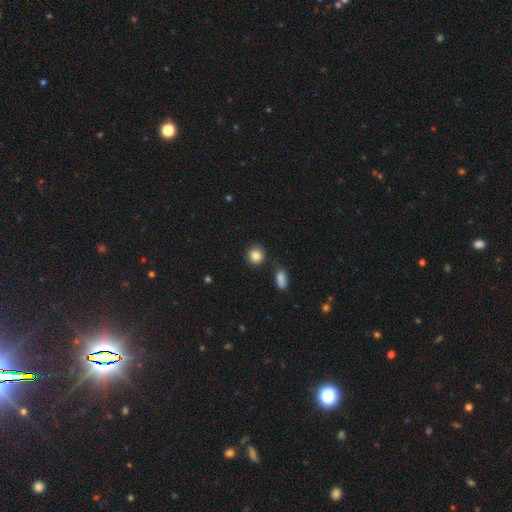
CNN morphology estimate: Smooth or featured: smooth — 85% (star or artifact — 9%)
How rounded: round — 87% (in between — 12%)
Merging: none — 81% (minor disturbance — 11%)